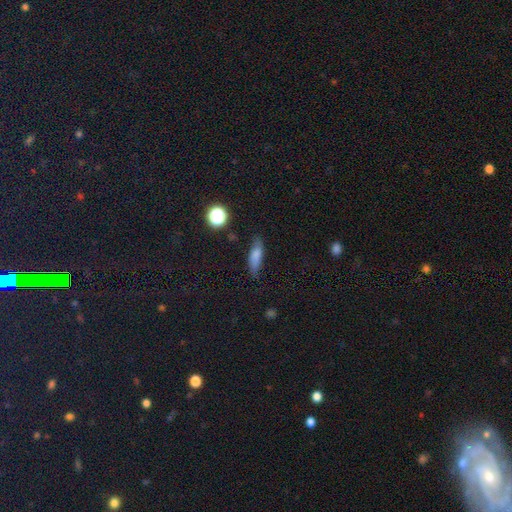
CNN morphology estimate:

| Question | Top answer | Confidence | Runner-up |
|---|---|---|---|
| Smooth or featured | smooth | 73% | featured or disk (17%) |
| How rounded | cigar-shaped | 49% | in between (46%) |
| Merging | none | 74% | minor disturbance (20%) |